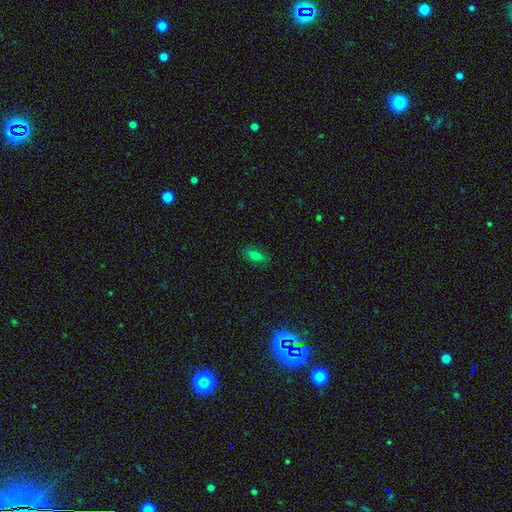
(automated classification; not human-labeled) This appears to be a smooth galaxy with no disk features (69%) that is in between round and cigar-shaped (74%). Merging: none (83%).